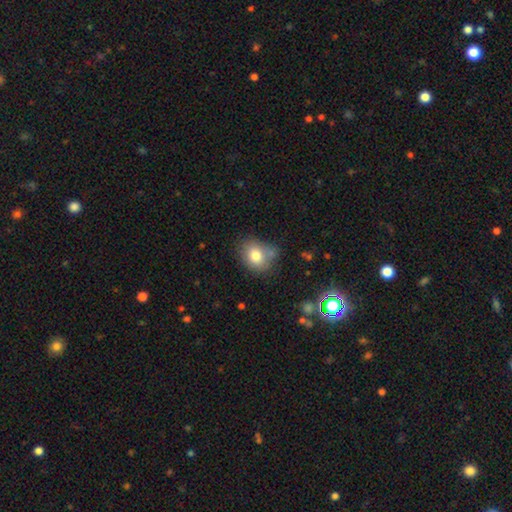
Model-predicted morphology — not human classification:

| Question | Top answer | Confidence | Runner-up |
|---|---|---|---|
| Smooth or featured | smooth | 79% | featured or disk (12%) |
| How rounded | in between | 56% | round (43%) |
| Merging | none | 63% | minor disturbance (21%) |